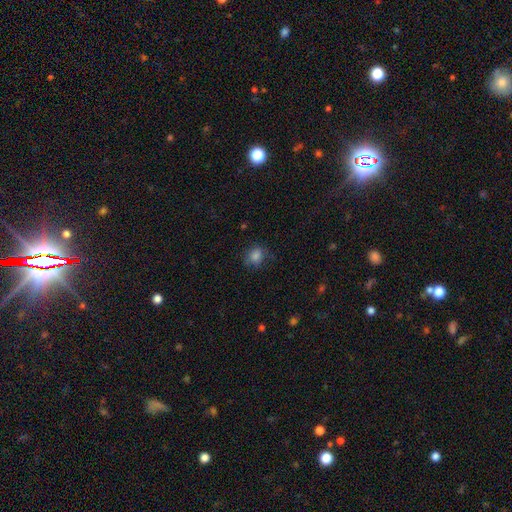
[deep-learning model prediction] Morphology: type=smooth (77%); roundness=round (59%); merging=none (66%).